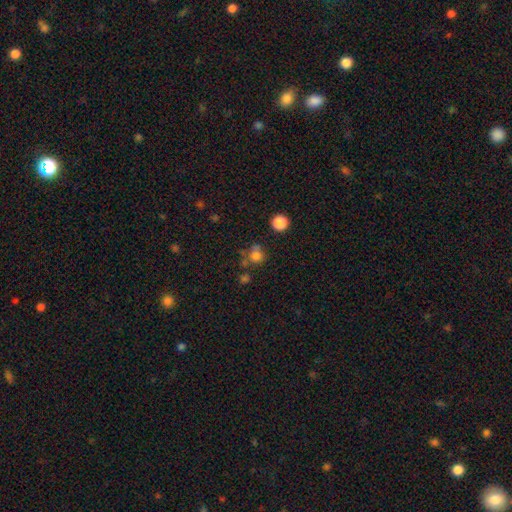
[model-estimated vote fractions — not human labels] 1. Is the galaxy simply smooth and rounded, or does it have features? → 74% smooth, 17% star or artifact, 9% featured or disk.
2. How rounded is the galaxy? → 85% round, 14% in between, 1% cigar-shaped.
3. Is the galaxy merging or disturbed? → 58% none, 18% merger, 15% minor disturbance, 8% major disturbance.